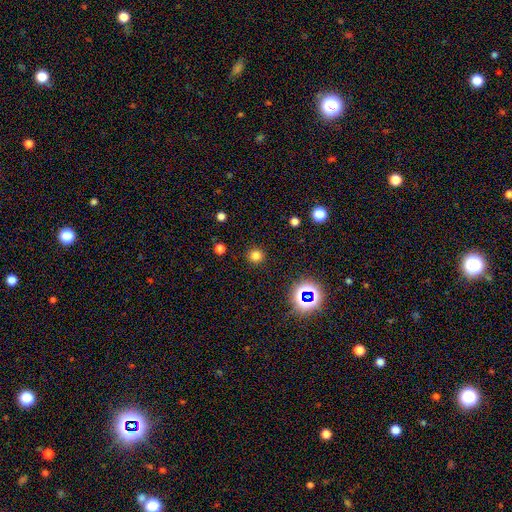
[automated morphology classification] A smooth galaxy with no disk features (75%) that is round (92%).

Vote fractions:
- Smooth or featured? smooth: 75% / star or artifact: 20% / featured or disk: 5%
- How rounded? round: 92% / in between: 7% / cigar-shaped: 1%
- Merging? none: 90% / minor disturbance: 6% / major disturbance: 3% / merger: 1%